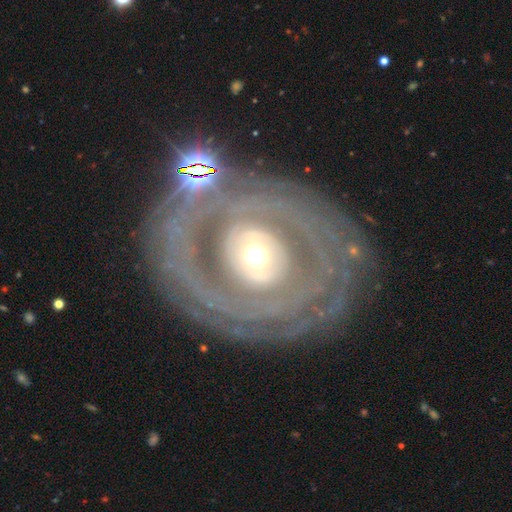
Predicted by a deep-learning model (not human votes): This appears to be a featured or disk galaxy (82%) with no bar (68%), tight (75%) spiral arms (68%) and a moderate central bulge (60%). Merging: none (74%).